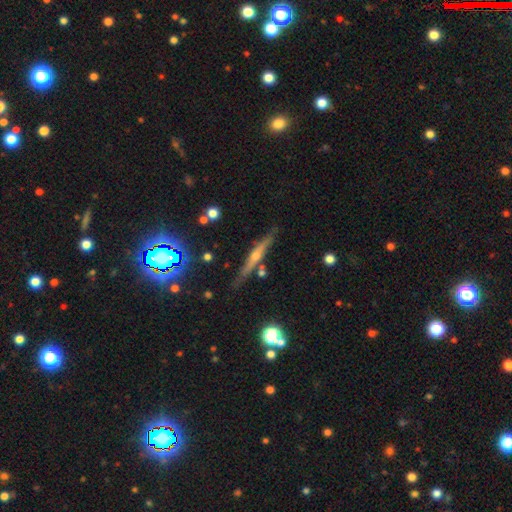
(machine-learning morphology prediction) featured or disk 70%, smooth 20%, star or artifact 10%. Down the decision tree: edge-on disk — yes (96%); edge-on bulge — rounded (85%); merging — none (81%).